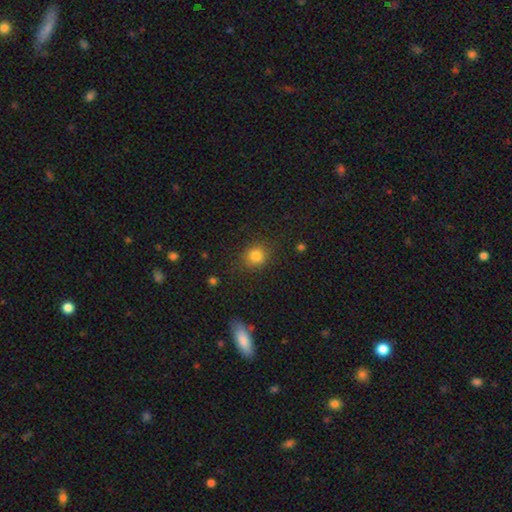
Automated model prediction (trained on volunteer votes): Morphology: type=smooth (81%); roundness=round (77%); merging=none (83%).